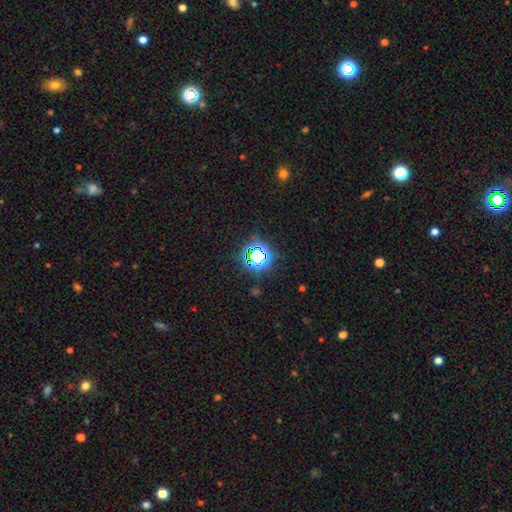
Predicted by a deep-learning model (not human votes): Morphology: type=star or artifact (70%).